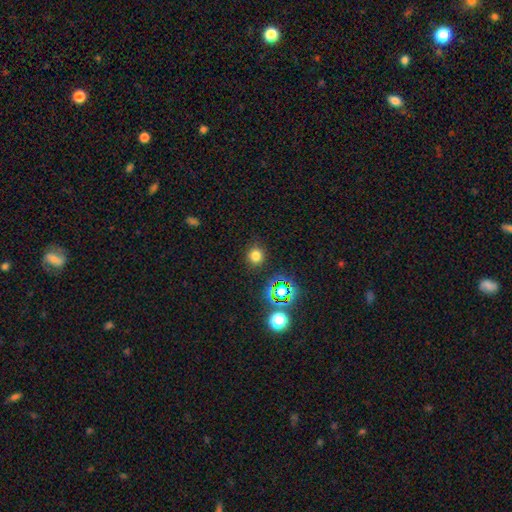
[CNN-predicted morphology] Smooth or featured? smooth (75%)
How rounded? round (90%)
Merging? none (88%)